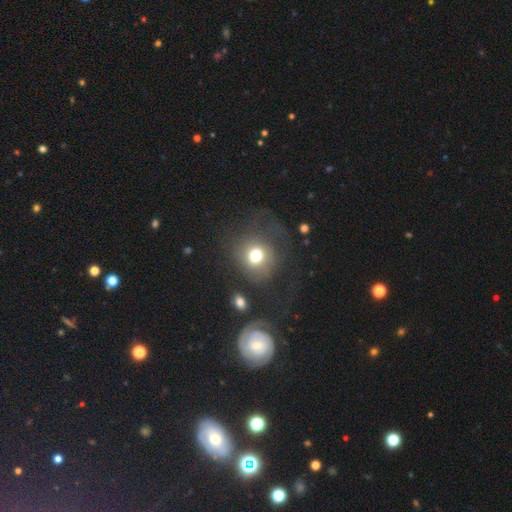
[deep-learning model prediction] smooth 67%, featured or disk 19%, star or artifact 13%. Down the decision tree: how rounded — round (81%); merging — none (50%).